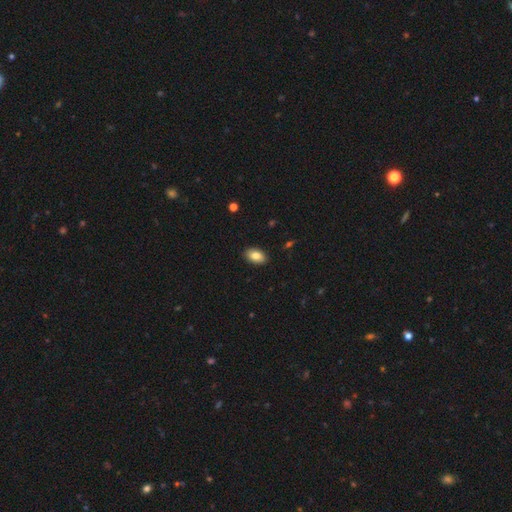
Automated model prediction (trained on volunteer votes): smooth 84%, featured or disk 9%, star or artifact 7%. Down the decision tree: how rounded — in between (92%); merging — none (90%).